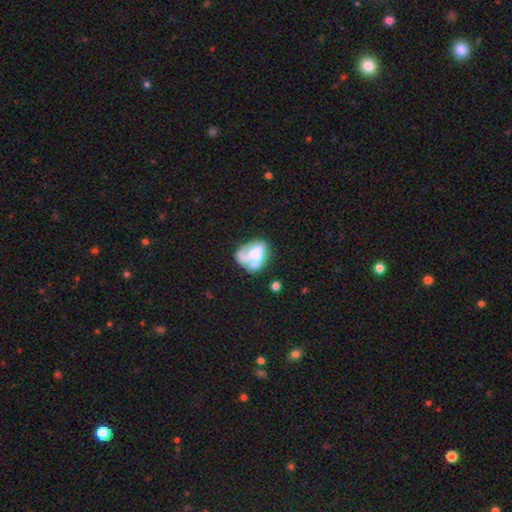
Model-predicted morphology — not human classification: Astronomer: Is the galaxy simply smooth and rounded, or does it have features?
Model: featured or disk — 48% (runner-up: smooth, 43%).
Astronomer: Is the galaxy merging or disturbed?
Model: none — 32% (runner-up: major disturbance, 25%).